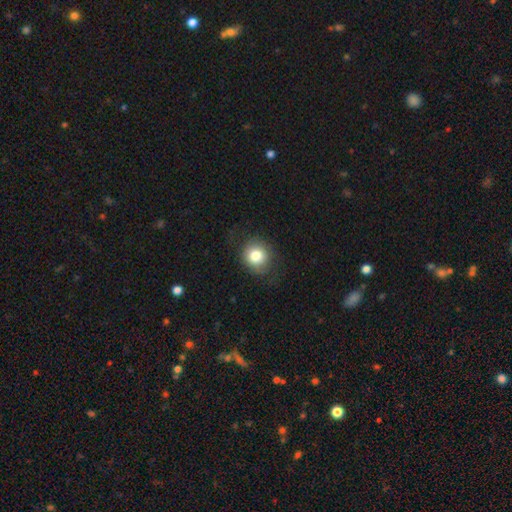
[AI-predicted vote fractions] Smooth or featured? smooth (80%)
How rounded? round (85%)
Merging? none (80%)